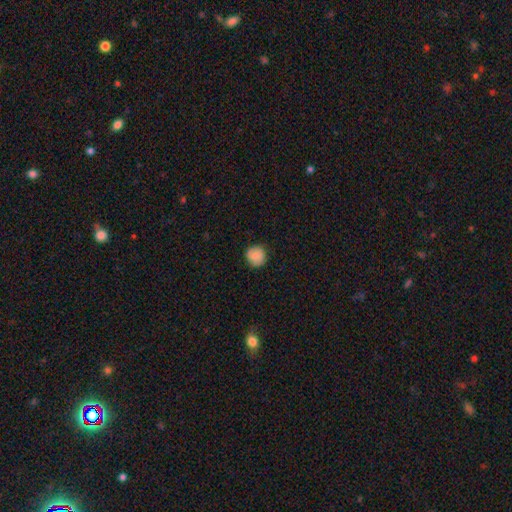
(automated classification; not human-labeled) Morphology: type=smooth (85%); roundness=round (92%); merging=none (87%).